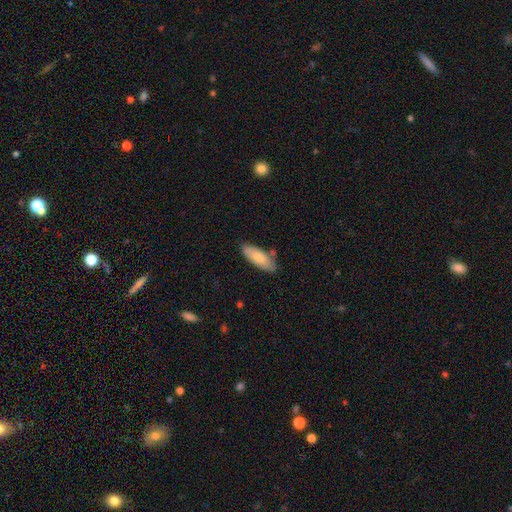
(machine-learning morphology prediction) Smooth or featured?
  - smooth: 71% *
  - featured or disk: 22%
  - star or artifact: 6%
How rounded?
  - in between: 71% *
  - cigar-shaped: 27%
  - round: 2%
Merging?
  - none: 81% *
  - minor disturbance: 14%
  - merger: 3%
  - major disturbance: 2%